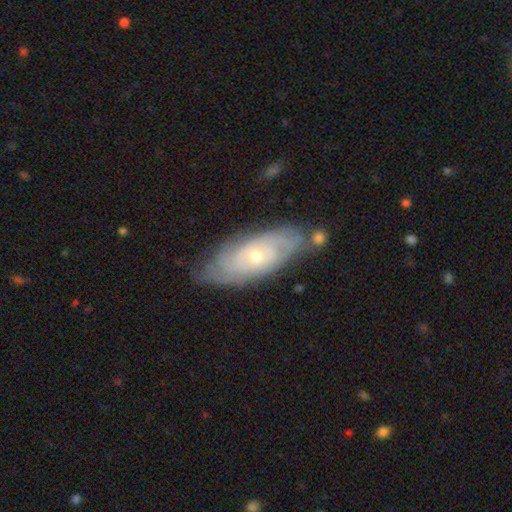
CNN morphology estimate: Q: Smooth or featured?
A: featured or disk (79%); runner-up: smooth (16%)
Q: Edge-on disk?
A: no (89%); runner-up: yes (11%)
Q: Bar?
A: no (76%); runner-up: weak (20%)
Q: Spiral arms?
A: yes (91%); runner-up: no (9%)
Q: Spiral winding?
A: tight (75%); runner-up: medium (20%)
Q: Spiral arm count?
A: can't tell (52%); runner-up: 2 (19%)
Q: Bulge size?
A: small (57%); runner-up: moderate (40%)
Q: Merging?
A: none (69%); runner-up: minor disturbance (21%)